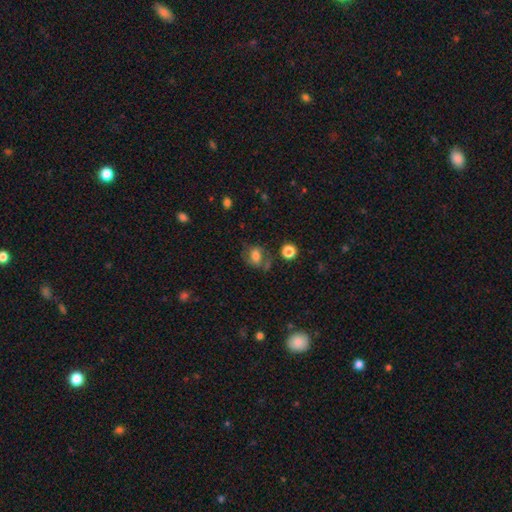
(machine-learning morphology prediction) Smooth or featured? smooth (56%)
How rounded? in between (51%)
Merging? none (53%)